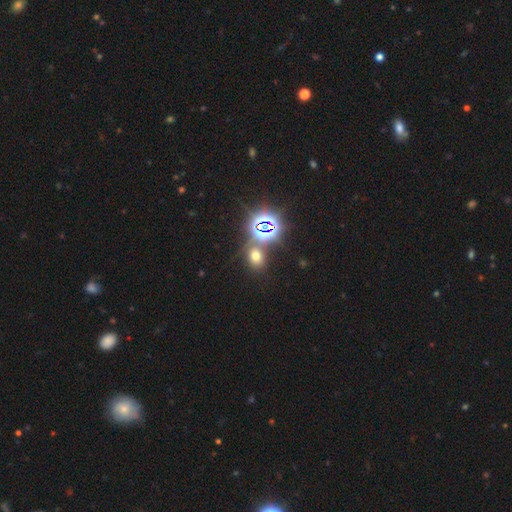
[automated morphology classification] smooth 52%, star or artifact 39%, featured or disk 8%. Down the decision tree: how rounded — in between (53%); merging — none (71%).